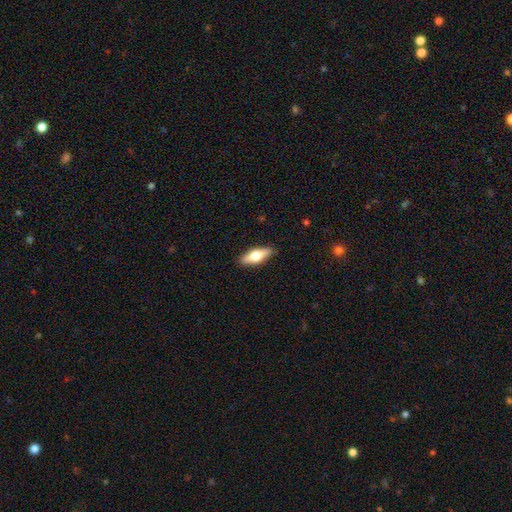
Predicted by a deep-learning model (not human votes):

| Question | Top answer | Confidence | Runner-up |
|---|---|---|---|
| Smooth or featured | smooth | 59% | featured or disk (35%) |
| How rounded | in between | 60% | cigar-shaped (37%) |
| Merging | none | 88% | minor disturbance (9%) |